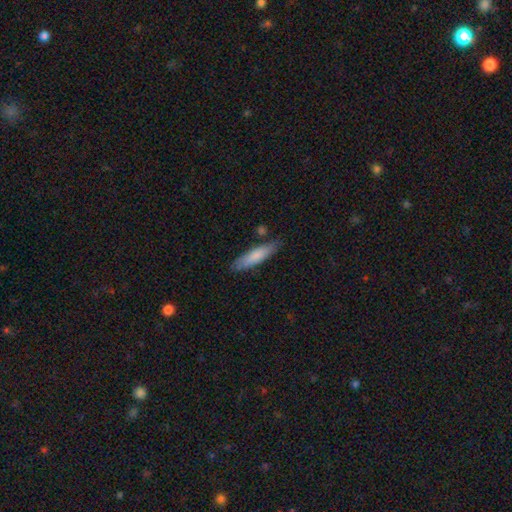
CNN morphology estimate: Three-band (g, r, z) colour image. It shows a smooth galaxy with no disk features (77%) that is cigar-shaped (76%). Merging: none (78%).